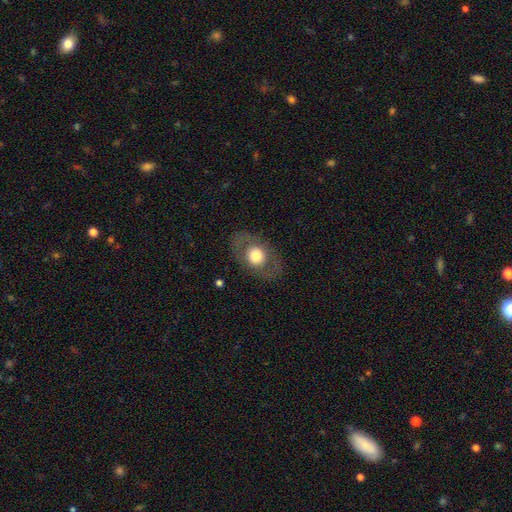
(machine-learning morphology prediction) smooth_or_featured: smooth (p=0.59) [alt: featured or disk p=0.34]
how_rounded: in between (p=0.58) [alt: round p=0.40]
merging: none (p=0.81) [alt: minor disturbance p=0.11]